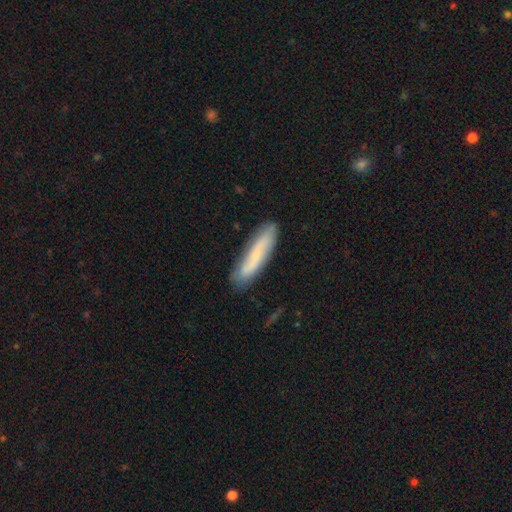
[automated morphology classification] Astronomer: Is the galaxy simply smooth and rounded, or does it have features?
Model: smooth — 56% (runner-up: featured or disk, 37%).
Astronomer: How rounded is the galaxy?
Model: cigar-shaped — 80%.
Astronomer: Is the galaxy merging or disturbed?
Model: none — 82%.